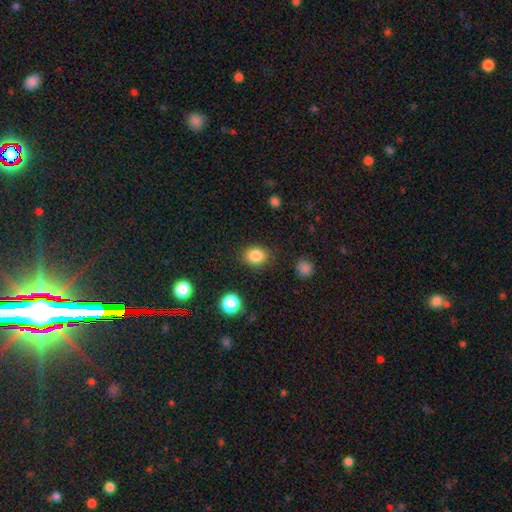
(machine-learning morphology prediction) Smooth or featured: smooth — 84% (star or artifact — 10%)
How rounded: round — 51% (in between — 48%)
Merging: none — 84% (minor disturbance — 11%)